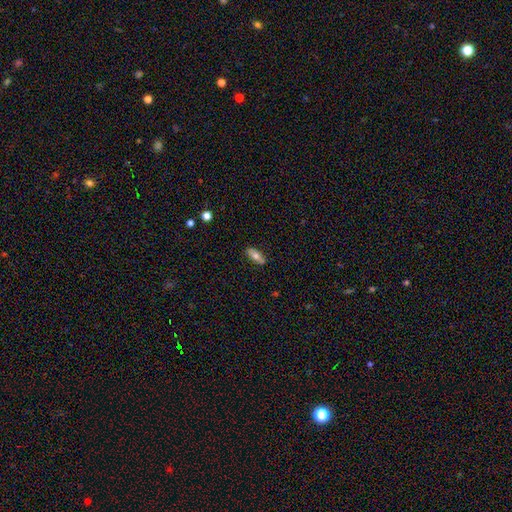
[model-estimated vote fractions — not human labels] smooth 68%, featured or disk 26%, star or artifact 7%. Down the decision tree: how rounded — in between (73%); merging — none (87%).